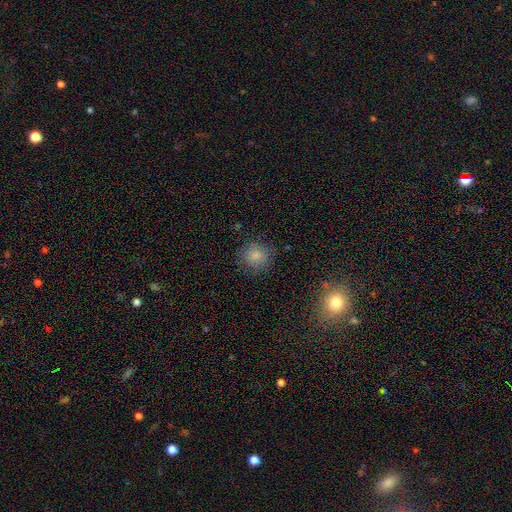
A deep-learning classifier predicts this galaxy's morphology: This is clearly a smooth galaxy (84%). How rounded: clearly round (90%). Merging: clearly none (86%).